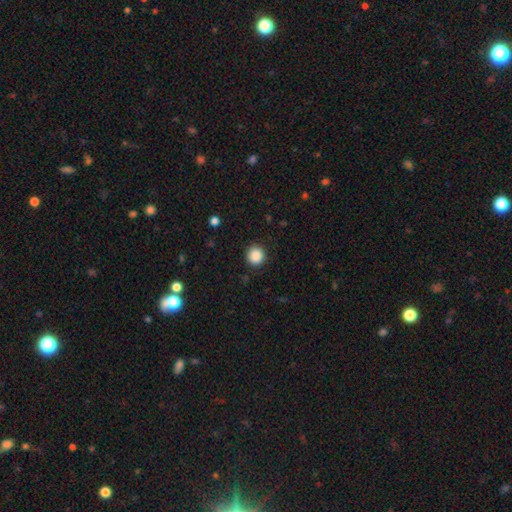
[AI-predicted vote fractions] This appears to be a smooth galaxy with no disk features (87%) that is round (93%). Merging: none (91%).